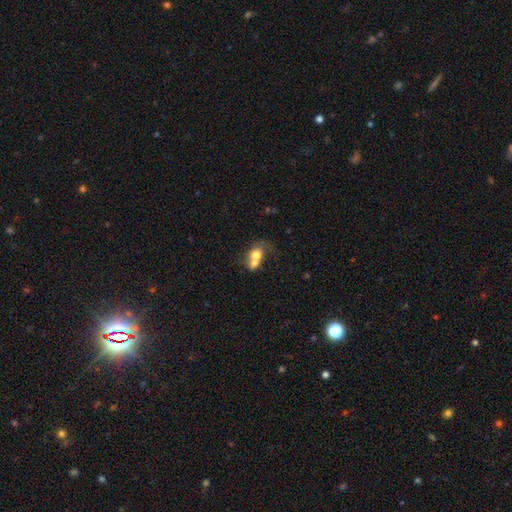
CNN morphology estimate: Smooth or featured? smooth (66%)
How rounded? round (50%)
Merging? merger (74%)